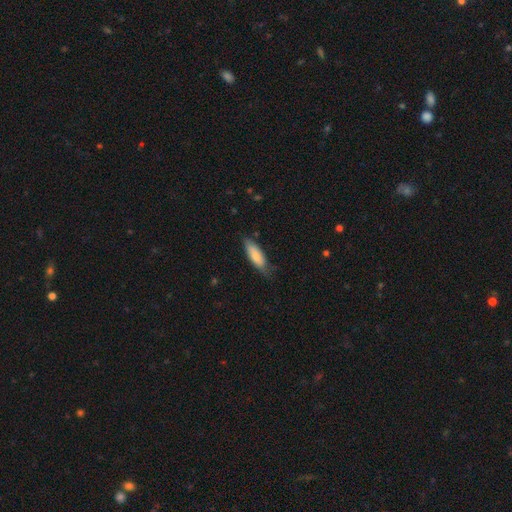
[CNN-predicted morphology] This appears to be a smooth galaxy with no disk features (78%) that is in between round and cigar-shaped (59%). Merging: none (67%).